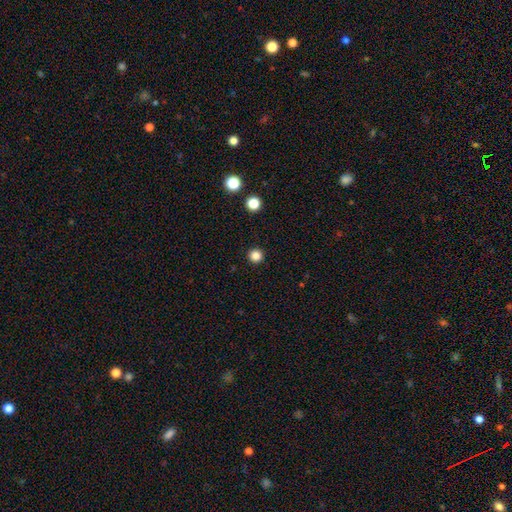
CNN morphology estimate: This appears to be a smooth galaxy with no disk features (85%) that is round (96%). Merging: none (94%).